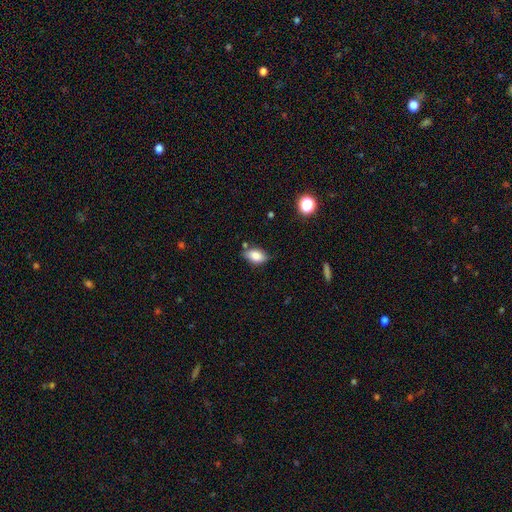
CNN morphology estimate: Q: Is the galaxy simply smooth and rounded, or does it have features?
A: smooth — 81%.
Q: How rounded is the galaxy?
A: in between — 88%.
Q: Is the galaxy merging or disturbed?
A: none — 70%.